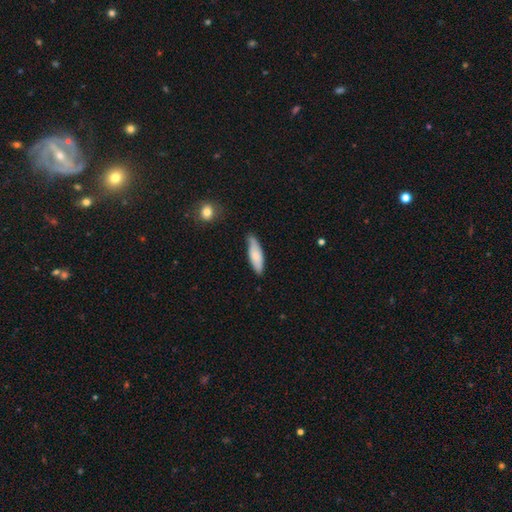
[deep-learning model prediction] smooth_or_featured: smooth (p=0.75) [alt: featured or disk p=0.19]
how_rounded: cigar-shaped (p=0.50) [alt: in between p=0.48]
merging: none (p=0.72) [alt: minor disturbance p=0.23]